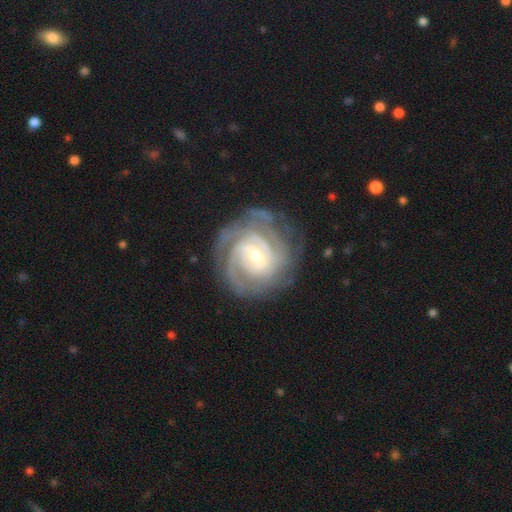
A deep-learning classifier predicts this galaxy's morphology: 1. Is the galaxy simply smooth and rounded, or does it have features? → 89% featured or disk, 6% smooth, 5% star or artifact.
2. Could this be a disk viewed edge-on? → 98% no, 2% yes.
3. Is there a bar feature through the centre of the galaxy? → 51% weak, 31% strong, 18% no.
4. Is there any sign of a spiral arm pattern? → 97% yes, 3% no.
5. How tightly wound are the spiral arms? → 73% tight, 23% medium, 4% loose.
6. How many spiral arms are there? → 26% can't tell, 23% 3, 21% 2, 18% 4, 7% more than 4, 6% 1.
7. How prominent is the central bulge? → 59% small, 35% moderate, 3% large, 2% none, 1% dominant.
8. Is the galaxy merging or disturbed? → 75% none, 16% minor disturbance, 8% major disturbance, 2% merger.